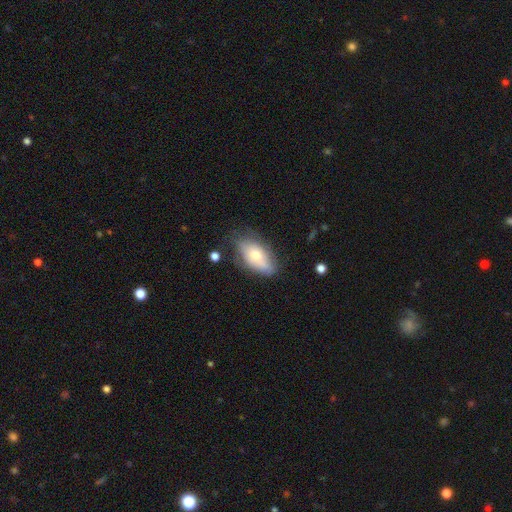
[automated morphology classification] This is likely a smooth galaxy (65%). How rounded: clearly in between (91%). Merging: possibly none (60%).